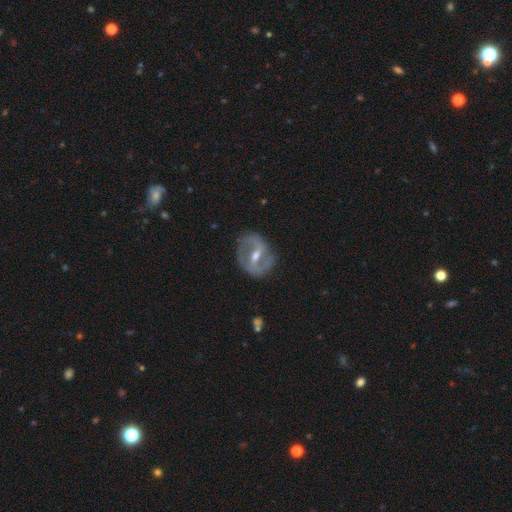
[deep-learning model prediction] Smooth or featured? Predicted: featured or disk (p=0.78). Edge-on disk? Predicted: no (p=0.94). Bar? Predicted: strong (p=0.45). Spiral arms? Predicted: yes (p=0.72). Spiral winding? Predicted: medium (p=0.43). Spiral arm count? Predicted: 2 (p=0.79). Bulge size? Predicted: moderate (p=0.68). Merging? Predicted: none (p=0.75).